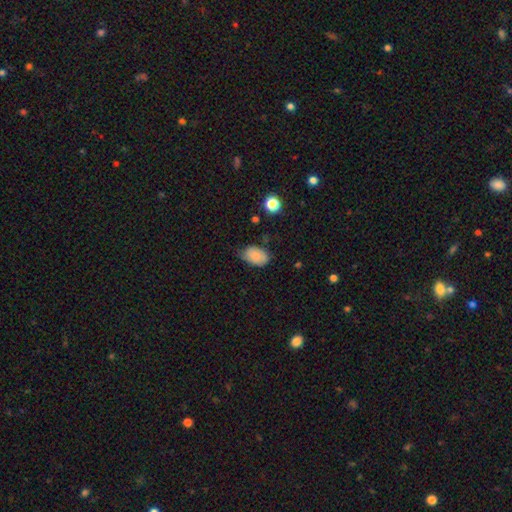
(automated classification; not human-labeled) The model was most divided on "merging": none: 60%, minor disturbance: 32%, major disturbance: 6%, merger: 2%. More confident: how rounded — in between (89%); smooth or featured — smooth (84%).